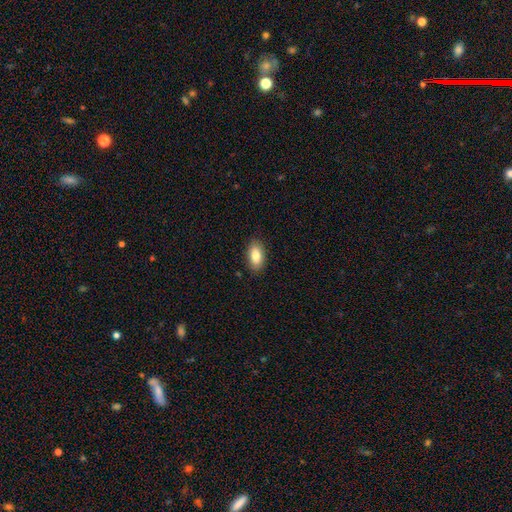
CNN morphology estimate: smooth 83%, featured or disk 10%, star or artifact 7%. Down the decision tree: how rounded — in between (93%); merging — none (88%).